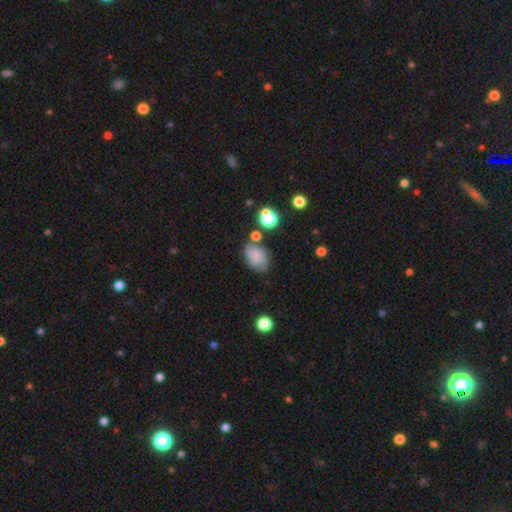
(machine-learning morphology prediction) Smooth or featured?
  - smooth: 70% *
  - featured or disk: 18%
  - star or artifact: 12%
How rounded?
  - in between: 80% *
  - round: 19%
  - cigar-shaped: 1%
Merging?
  - none: 55% *
  - minor disturbance: 26%
  - major disturbance: 10%
  - merger: 9%